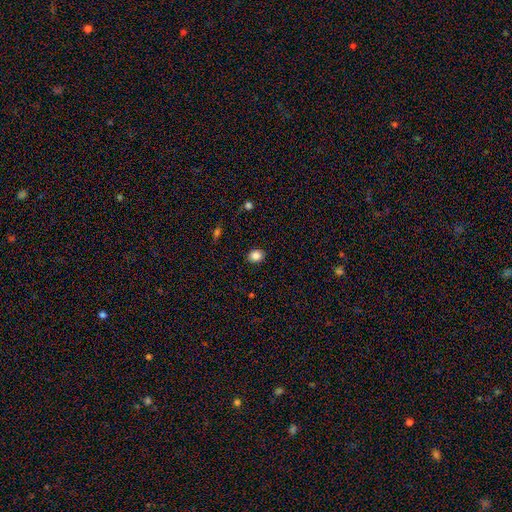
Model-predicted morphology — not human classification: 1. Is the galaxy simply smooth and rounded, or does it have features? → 85% smooth, 10% star or artifact, 5% featured or disk.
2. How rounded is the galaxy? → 52% round, 47% in between, 1% cigar-shaped.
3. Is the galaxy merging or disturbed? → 90% none, 7% minor disturbance, 2% major disturbance, 1% merger.